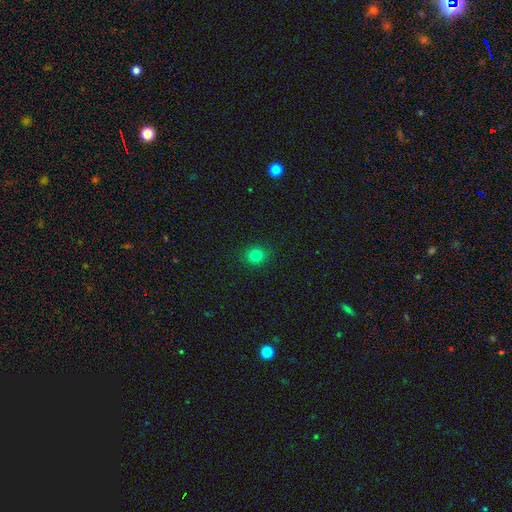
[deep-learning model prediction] A smooth galaxy with no disk features (81%) that is round (83%). Merging: none (90%).